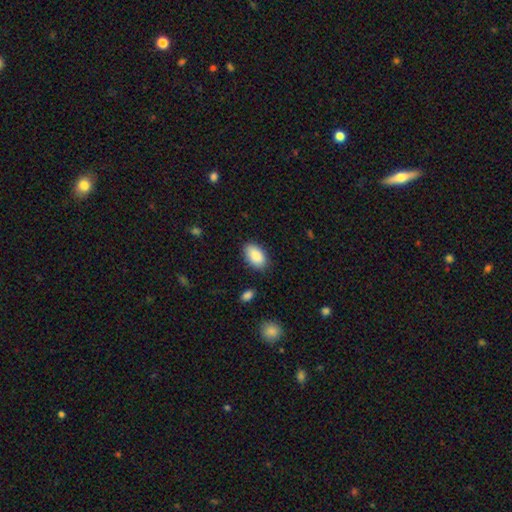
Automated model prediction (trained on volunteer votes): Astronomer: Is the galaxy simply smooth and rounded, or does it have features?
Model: smooth — 88%.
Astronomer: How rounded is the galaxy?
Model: in between — 94%.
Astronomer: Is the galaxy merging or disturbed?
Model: none — 85%.